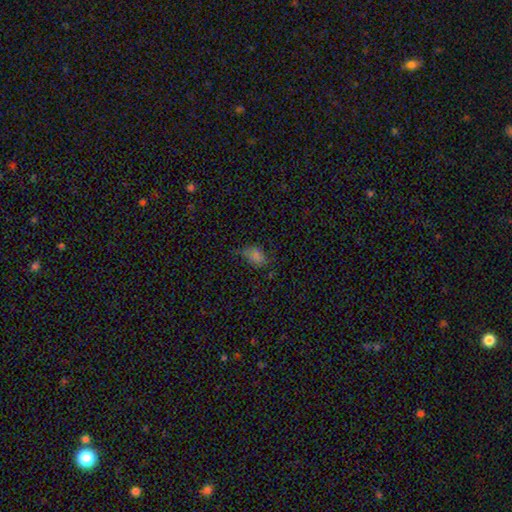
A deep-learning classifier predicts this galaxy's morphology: This is likely a smooth galaxy (69%). How rounded: clearly in between (83%). Merging: marginally none (44%).